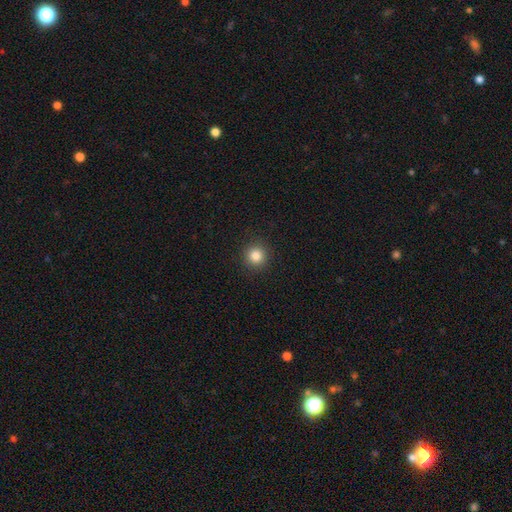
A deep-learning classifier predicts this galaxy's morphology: Smooth or featured?
  - smooth: 84% *
  - star or artifact: 11%
  - featured or disk: 4%
How rounded?
  - round: 93% *
  - in between: 6%
  - cigar-shaped: 1%
Merging?
  - none: 91% *
  - minor disturbance: 6%
  - major disturbance: 2%
  - merger: 1%